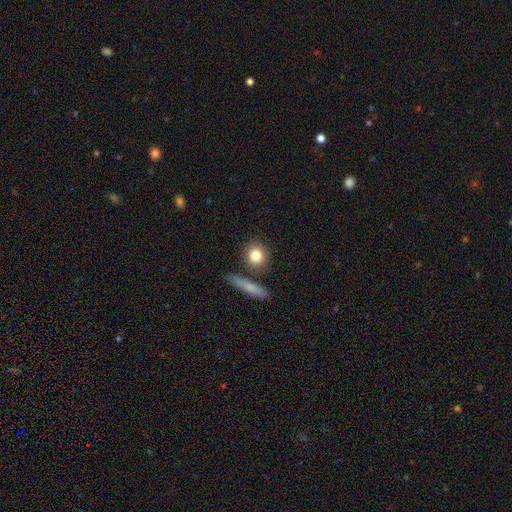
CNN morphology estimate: A smooth galaxy with no disk features (82%) that is round (73%).

Vote fractions:
- Smooth or featured? smooth: 82% / featured or disk: 10% / star or artifact: 8%
- How rounded? round: 73% / in between: 21% / cigar-shaped: 6%
- Merging? none: 78% / minor disturbance: 10% / merger: 9% / major disturbance: 3%